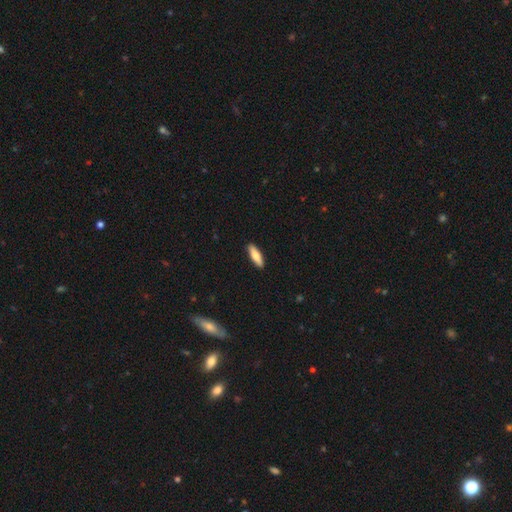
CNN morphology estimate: smooth_or_featured: smooth (p=0.77) [alt: featured or disk p=0.17]
how_rounded: cigar-shaped (p=0.52) [alt: in between p=0.46]
merging: none (p=0.91) [alt: minor disturbance p=0.07]